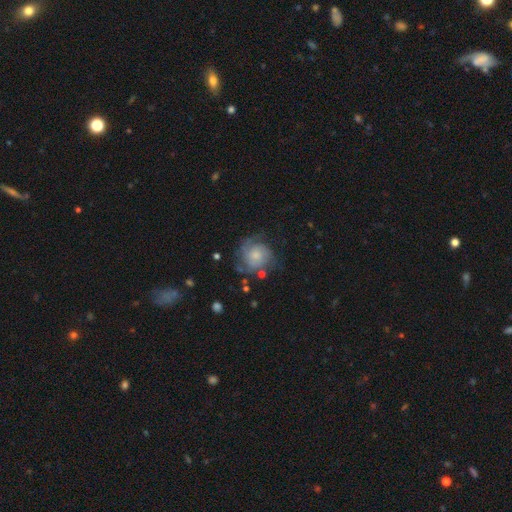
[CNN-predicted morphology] Smooth or featured: featured or disk — 57% (smooth — 36%)
Edge-on disk: no — 98% (yes — 2%)
Bar: no — 78% (weak — 19%)
Spiral arms: yes — 83% (no — 17%)
Bulge size: small — 48% (moderate — 35%)
Merging: none — 57% (minor disturbance — 23%)